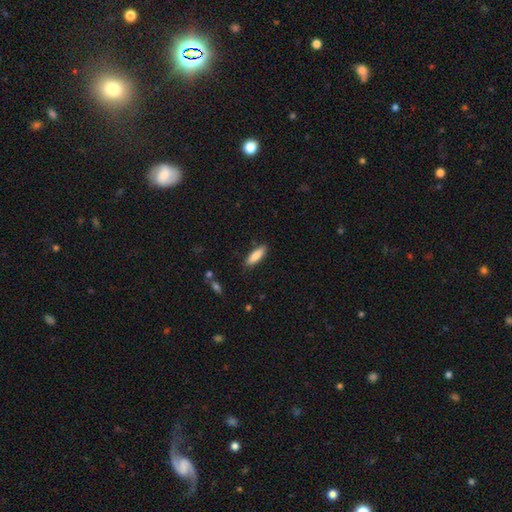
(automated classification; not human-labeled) Smooth or featured: smooth — 85% (featured or disk — 9%)
How rounded: cigar-shaped — 50% (in between — 49%)
Merging: none — 85% (minor disturbance — 11%)